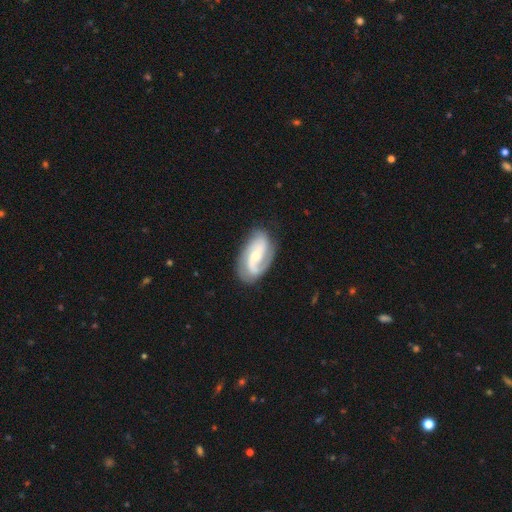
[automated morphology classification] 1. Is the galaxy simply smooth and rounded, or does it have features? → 83% featured or disk, 12% smooth, 5% star or artifact.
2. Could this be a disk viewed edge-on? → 96% no, 4% yes.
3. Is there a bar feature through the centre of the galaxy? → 43% no, 38% weak, 18% strong.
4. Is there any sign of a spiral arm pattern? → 96% yes, 4% no.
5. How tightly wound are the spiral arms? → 43% medium, 30% loose, 26% tight.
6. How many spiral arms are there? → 74% 2, 8% can't tell, 7% 3, 7% 1, 2% 4, 2% more than 4.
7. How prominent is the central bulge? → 55% small, 39% moderate, 3% large, 2% none, 1% dominant.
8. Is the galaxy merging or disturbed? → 76% none, 16% minor disturbance, 6% major disturbance, 1% merger.